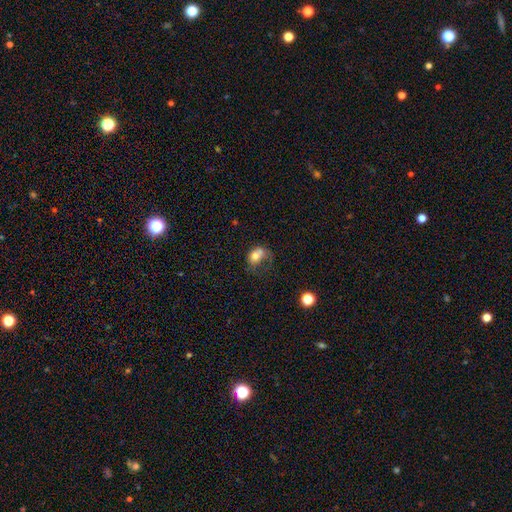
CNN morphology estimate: Smooth or featured: smooth — 67% (featured or disk — 22%)
How rounded: in between — 64% (round — 35%)
Merging: major disturbance — 31% (merger — 28%)